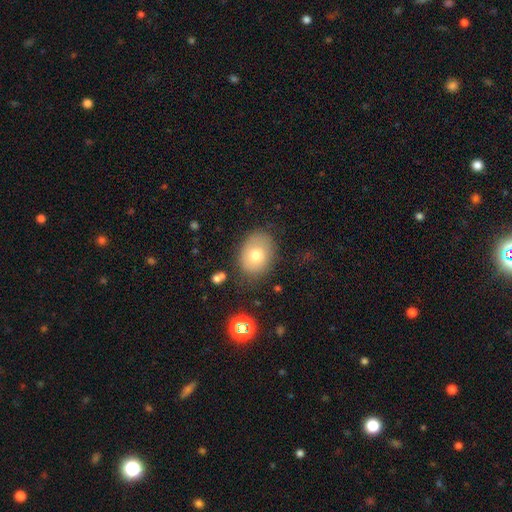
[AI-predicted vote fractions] This appears to be a smooth galaxy with no disk features (72%) that is in between round and cigar-shaped (64%). Merging: none (75%).